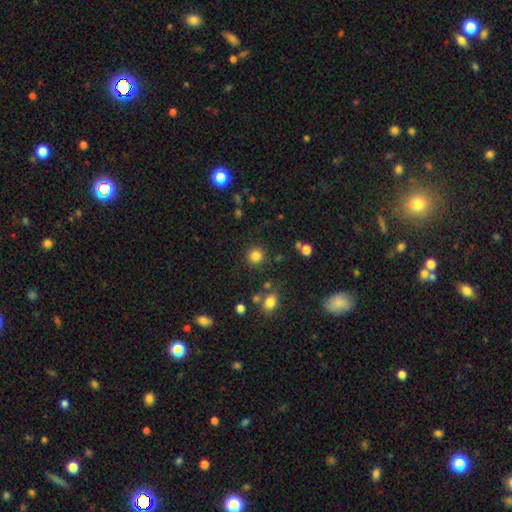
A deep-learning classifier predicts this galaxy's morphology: type=smooth (83%); roundness=round (92%); merging=none (87%).